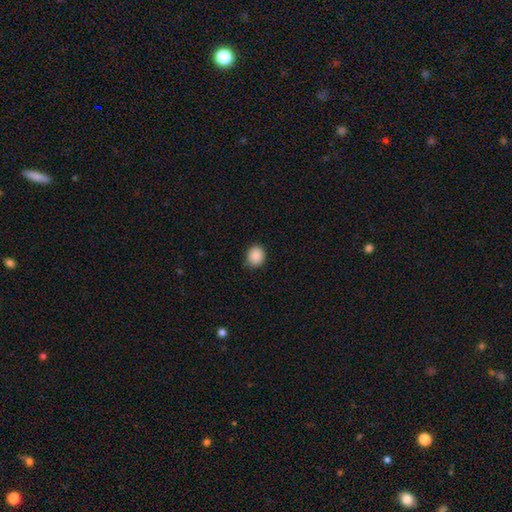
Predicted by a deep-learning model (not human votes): Q: Smooth or featured?
A: smooth (88%); runner-up: star or artifact (9%)
Q: How rounded?
A: round (73%); runner-up: in between (26%)
Q: Merging?
A: none (85%); runner-up: minor disturbance (11%)